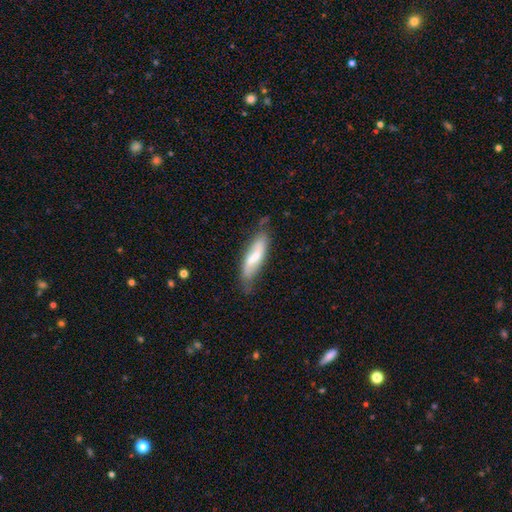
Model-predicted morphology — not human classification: This appears to be a featured or disk galaxy (48%). Merging: none (55%).